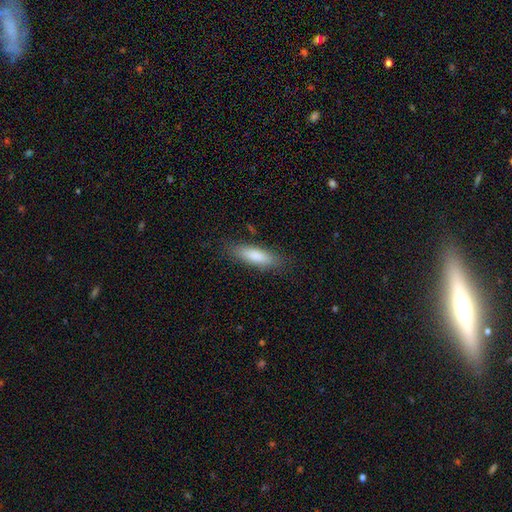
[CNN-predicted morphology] Smooth or featured? smooth (82%)
How rounded? in between (49%, tied with cigar-shaped)
Merging? none (83%)